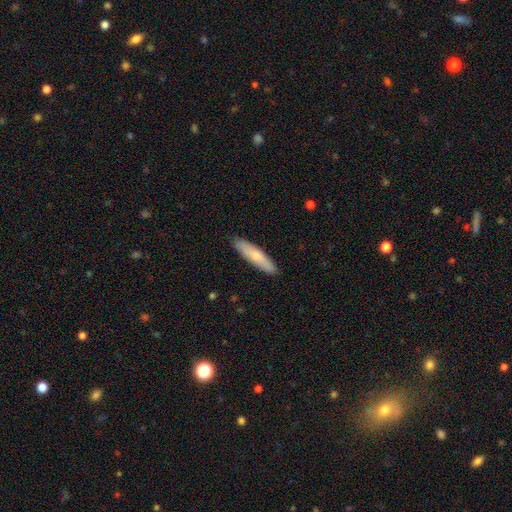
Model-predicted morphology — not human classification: Q: Smooth or featured?
A: smooth (72%); runner-up: featured or disk (23%)
Q: How rounded?
A: cigar-shaped (78%); runner-up: in between (21%)
Q: Merging?
A: none (89%); runner-up: minor disturbance (8%)